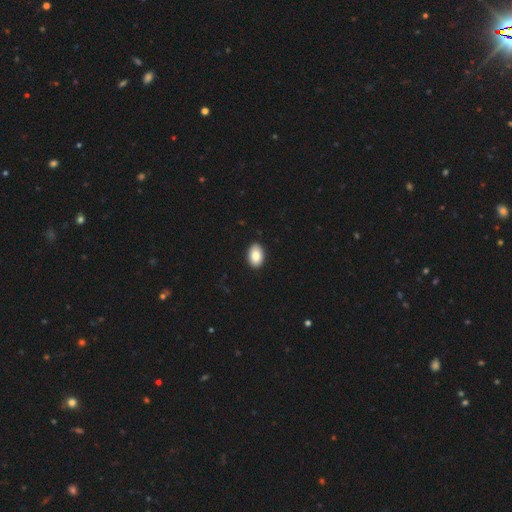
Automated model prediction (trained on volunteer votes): A smooth galaxy with no disk features (85%) that is in between round and cigar-shaped (89%).

Vote fractions:
- Smooth or featured? smooth: 85% / featured or disk: 8% / star or artifact: 7%
- How rounded? in between: 89% / round: 10% / cigar-shaped: 1%
- Merging? none: 91% / minor disturbance: 6% / major disturbance: 1% / merger: 1%